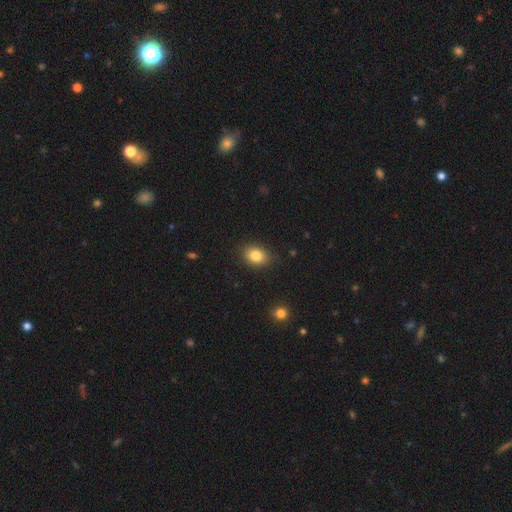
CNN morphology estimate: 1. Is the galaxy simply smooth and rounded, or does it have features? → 84% smooth, 10% star or artifact, 7% featured or disk.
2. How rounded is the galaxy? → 64% in between, 35% round, 1% cigar-shaped.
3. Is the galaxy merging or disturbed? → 82% none, 14% minor disturbance, 3% major disturbance, 1% merger.